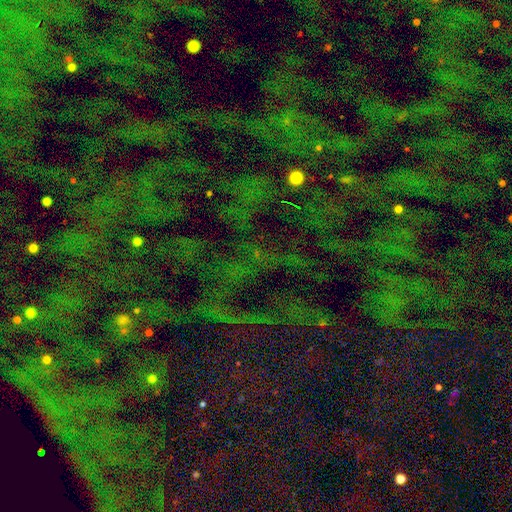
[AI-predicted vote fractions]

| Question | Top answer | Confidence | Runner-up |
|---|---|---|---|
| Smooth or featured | star or artifact | 73% | smooth (15%) |